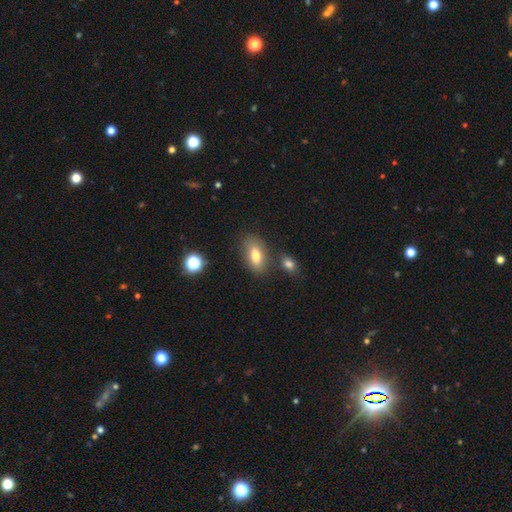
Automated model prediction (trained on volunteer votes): This appears to be a smooth galaxy with no disk features (75%) that is in between round and cigar-shaped (87%). Merging: none (75%).